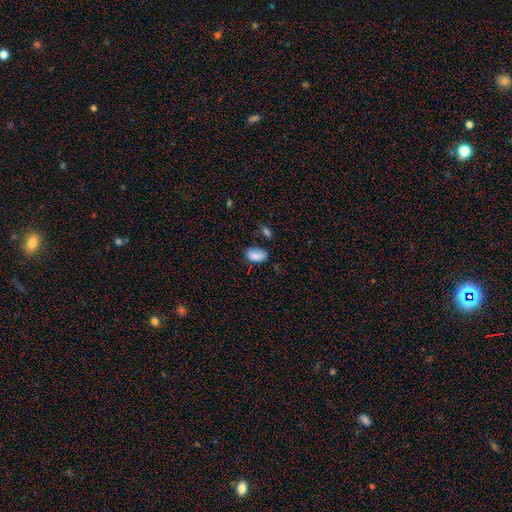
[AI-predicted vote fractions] Overall: smooth (85%). How rounded: in between (92%). Merging: none (65%).